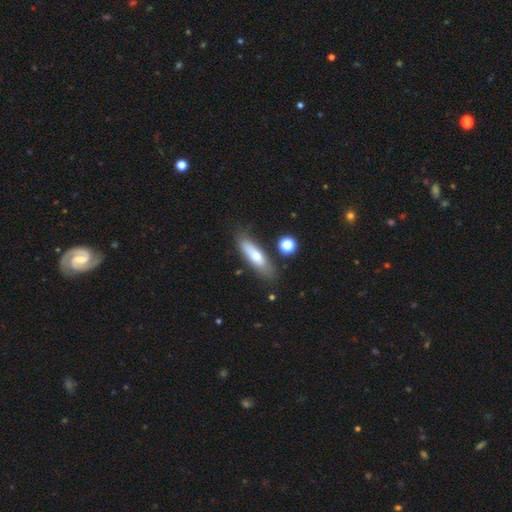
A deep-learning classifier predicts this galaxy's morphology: A smooth galaxy with no disk features (63%) that is cigar-shaped (61%). Merging: none (76%).